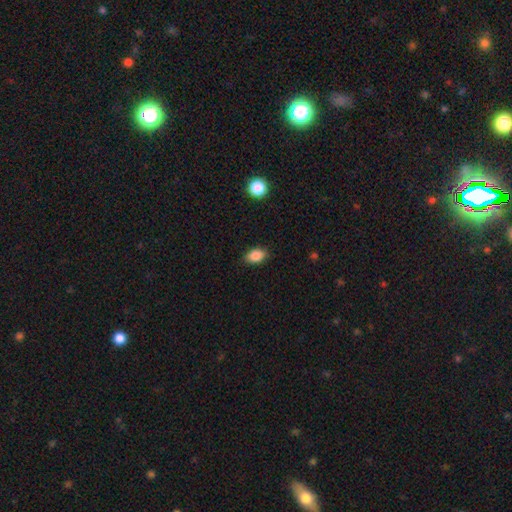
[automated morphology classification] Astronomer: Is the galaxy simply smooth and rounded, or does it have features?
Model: smooth — 86%.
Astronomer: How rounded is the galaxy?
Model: in between — 85%.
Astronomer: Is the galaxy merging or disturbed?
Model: none — 87%.